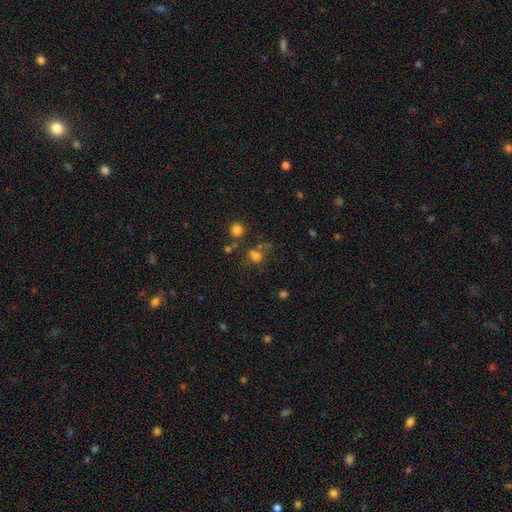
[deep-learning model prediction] The model was most divided on "how rounded": round: 59%, in between: 40%, cigar-shaped: 2%. More confident: smooth or featured — smooth (70%); merging — none (55%).